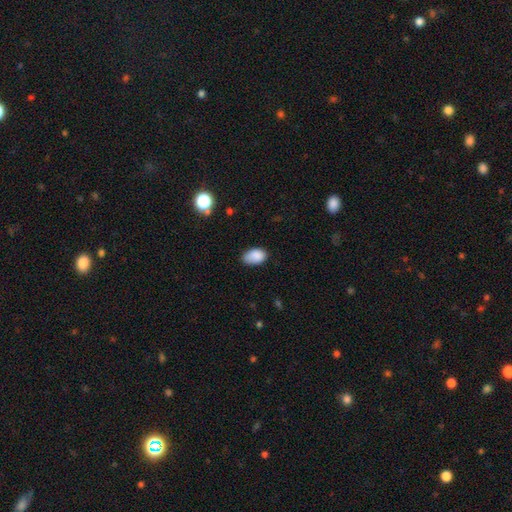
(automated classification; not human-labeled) This appears to be a smooth galaxy with no disk features (86%) that is in between round and cigar-shaped (91%). Merging: none (71%).